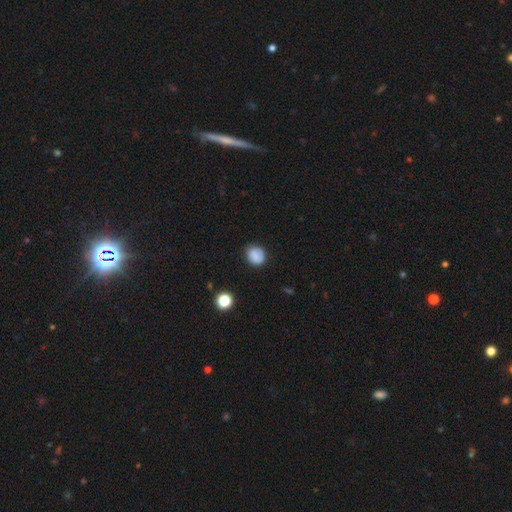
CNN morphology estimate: This is clearly a smooth galaxy (84%). How rounded: likely round (73%). Merging: clearly none (82%).